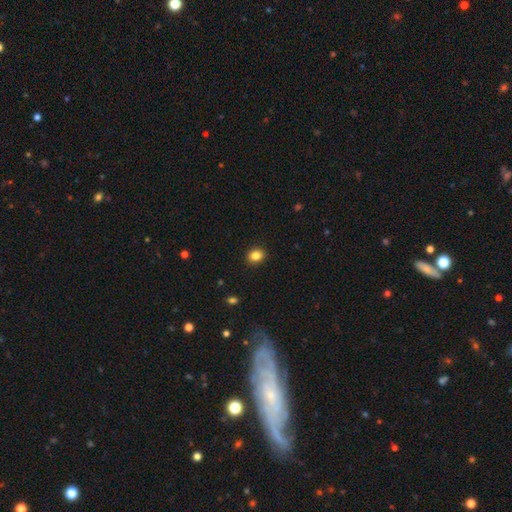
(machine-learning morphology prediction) type=smooth (84%); roundness=round (62%); merging=none (91%).